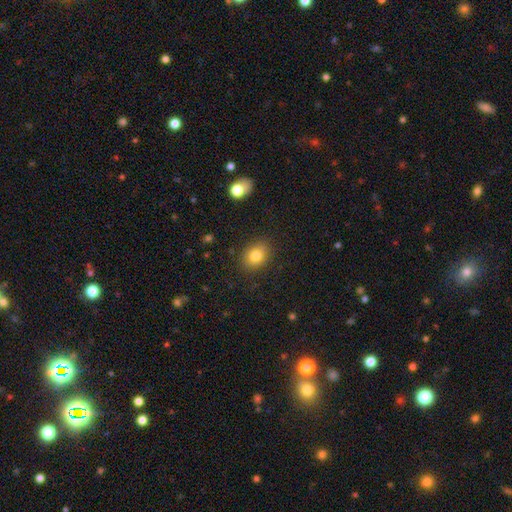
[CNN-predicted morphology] Overall: smooth (81%). How rounded: in between (61%; round 38%). Merging: none (85%).